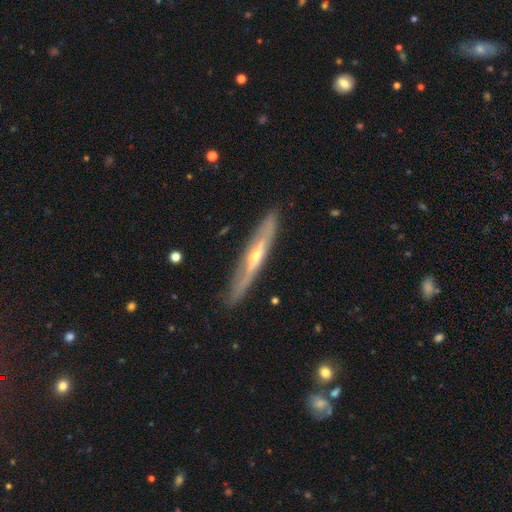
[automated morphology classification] Smooth or featured? Predicted: featured or disk (p=0.70). Edge-on disk? Predicted: yes (p=0.81). Edge-on bulge? Predicted: rounded (p=0.78). Merging? Predicted: none (p=0.83).